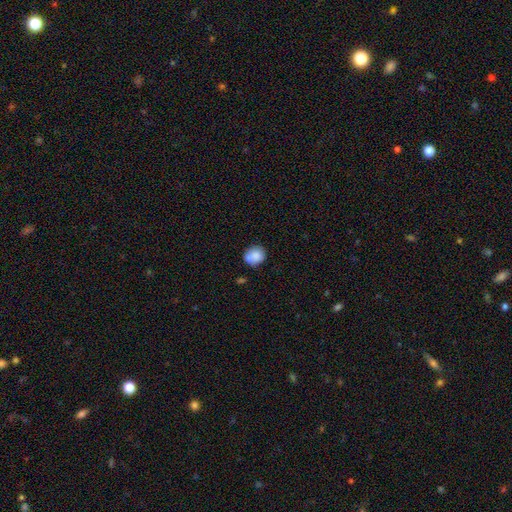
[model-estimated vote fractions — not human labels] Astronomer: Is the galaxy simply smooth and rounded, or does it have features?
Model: smooth — 77%.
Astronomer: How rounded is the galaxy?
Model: round — 76%.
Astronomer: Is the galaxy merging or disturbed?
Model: none — 52% (runner-up: merger, 28%).